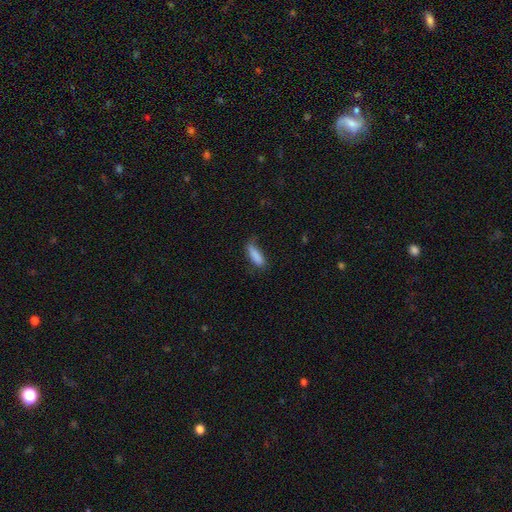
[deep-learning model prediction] smooth-or-featured: smooth: 85% | featured or disk: 8% | star or artifact: 7%
  how-rounded: in between: 51% | cigar-shaped: 47% | round: 2%
  merging: none: 55% | minor disturbance: 30% | major disturbance: 13% | merger: 3%